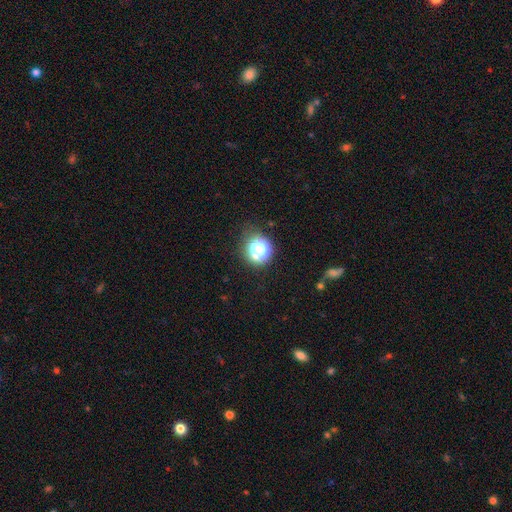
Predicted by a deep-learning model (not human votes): Smooth or featured? smooth (56%)
How rounded? round (81%)
Merging? none (70%)